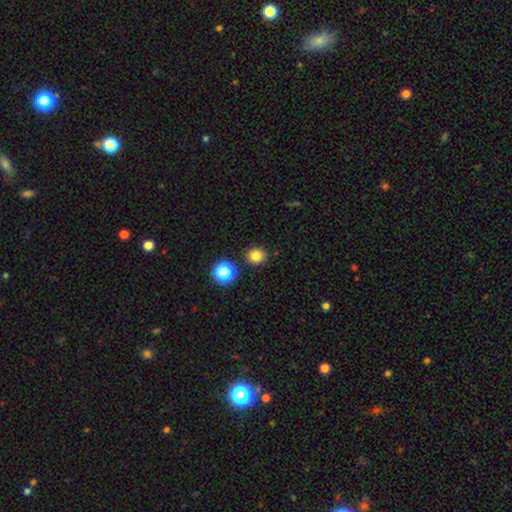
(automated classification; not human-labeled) Q: Smooth or featured?
A: smooth (82%); runner-up: star or artifact (14%)
Q: How rounded?
A: round (78%); runner-up: in between (21%)
Q: Merging?
A: none (87%); runner-up: minor disturbance (7%)